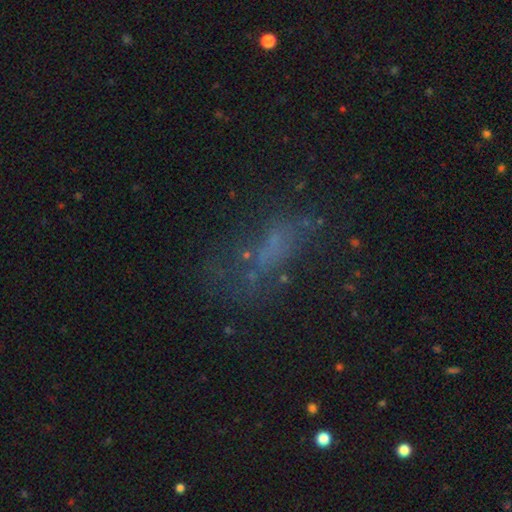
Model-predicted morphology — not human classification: Smooth or featured? Predicted: featured or disk (p=0.37). Merging? Predicted: none (p=0.44).